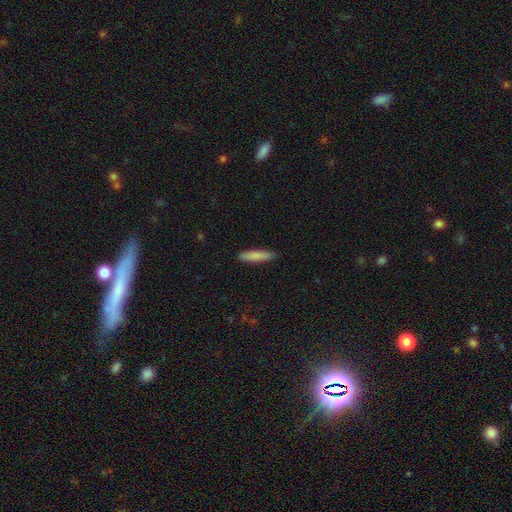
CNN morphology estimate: This is clearly a smooth galaxy (84%). How rounded: clearly cigar-shaped (86%). Merging: clearly none (88%).